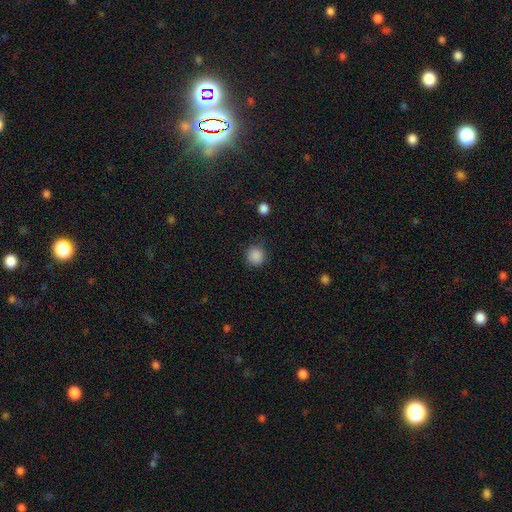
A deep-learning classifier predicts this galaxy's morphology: The model was most divided on "merging": none: 86%, minor disturbance: 10%, major disturbance: 3%, merger: 1%. More confident: how rounded — round (93%); smooth or featured — smooth (87%).